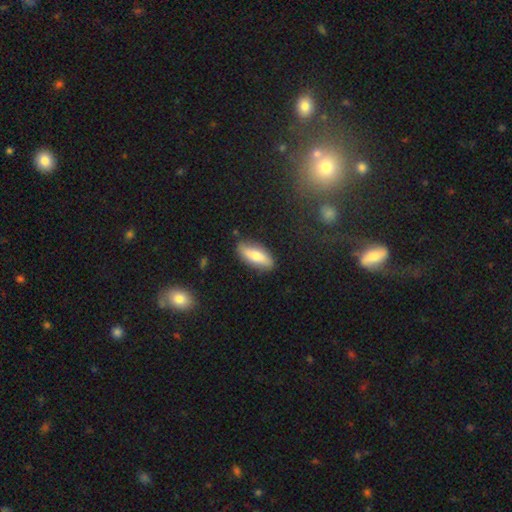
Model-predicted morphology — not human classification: Smooth or featured?
  - smooth: 71% *
  - featured or disk: 23%
  - star or artifact: 6%
How rounded?
  - in between: 67% *
  - cigar-shaped: 31%
  - round: 2%
Merging?
  - none: 83% *
  - minor disturbance: 13%
  - major disturbance: 3%
  - merger: 2%